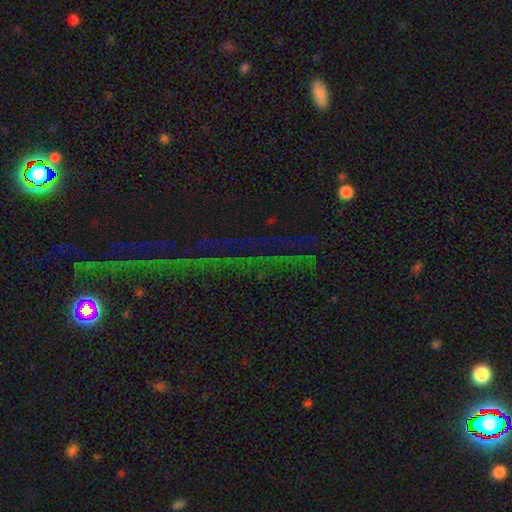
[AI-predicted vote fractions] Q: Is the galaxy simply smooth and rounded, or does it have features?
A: star or artifact — 80%.